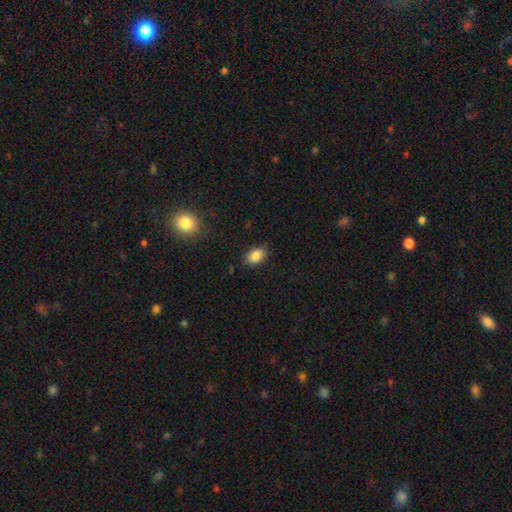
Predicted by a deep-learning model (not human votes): smooth 86%, star or artifact 9%, featured or disk 5%. Down the decision tree: how rounded — in between (84%); merging — none (81%).